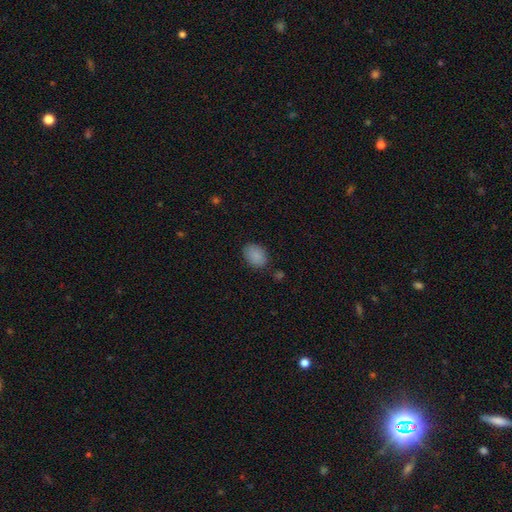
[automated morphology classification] A smooth galaxy with no disk features (87%) that is in between round and cigar-shaped (70%). Merging: none (82%).